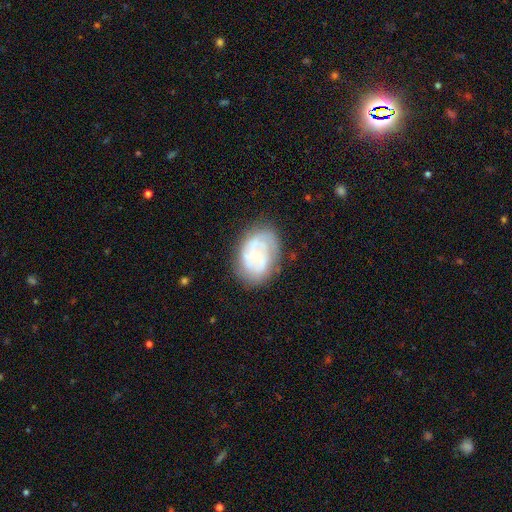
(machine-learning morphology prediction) This appears to be a featured or disk galaxy (73%) with no bar (74%), tight (61%) spiral arms (81%) and a small central bulge (57%). Merging: none (72%).